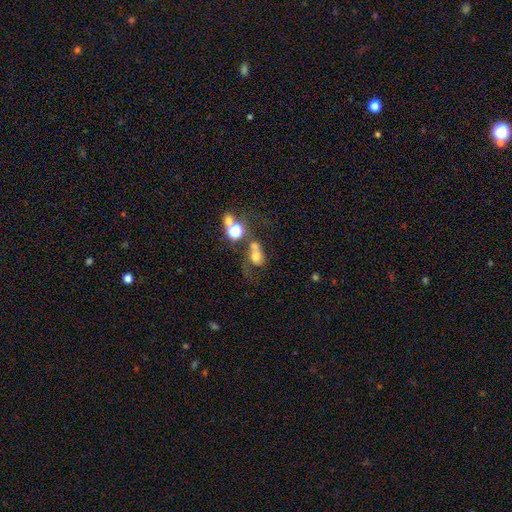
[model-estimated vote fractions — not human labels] smooth-or-featured: smooth: 57% | featured or disk: 25% | star or artifact: 18%
  how-rounded: round: 58% | in between: 40% | cigar-shaped: 2%
  merging: merger: 45% | none: 26% | major disturbance: 18% | minor disturbance: 11%